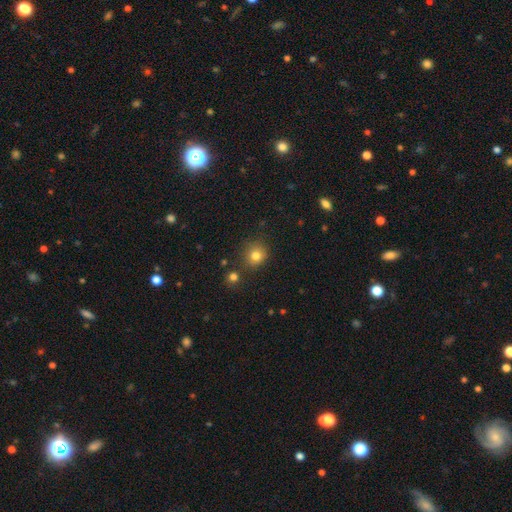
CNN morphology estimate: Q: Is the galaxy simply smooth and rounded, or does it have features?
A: smooth — 80%.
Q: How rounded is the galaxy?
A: round — 86%.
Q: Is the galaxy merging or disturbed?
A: none — 79%.